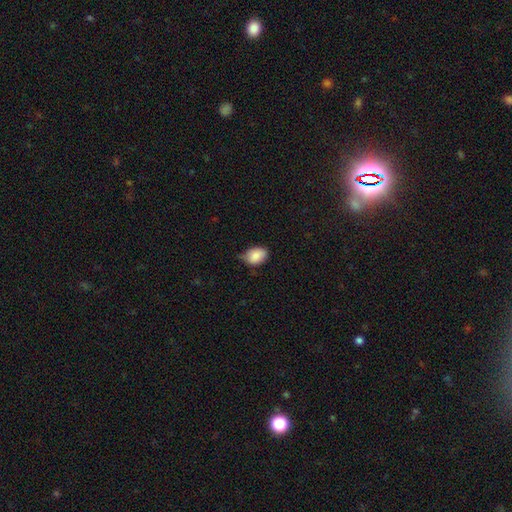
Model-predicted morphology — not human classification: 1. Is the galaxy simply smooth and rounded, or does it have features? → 86% smooth, 7% star or artifact, 6% featured or disk.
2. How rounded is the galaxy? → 79% in between, 20% round, 1% cigar-shaped.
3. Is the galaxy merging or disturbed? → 57% none, 36% minor disturbance, 5% major disturbance, 1% merger.